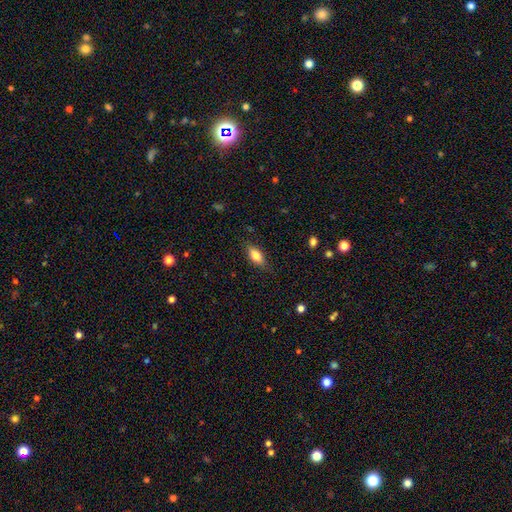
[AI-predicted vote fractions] Q: Smooth or featured?
A: smooth (79%); runner-up: featured or disk (14%)
Q: How rounded?
A: in between (83%); runner-up: cigar-shaped (13%)
Q: Merging?
A: none (81%); runner-up: minor disturbance (15%)